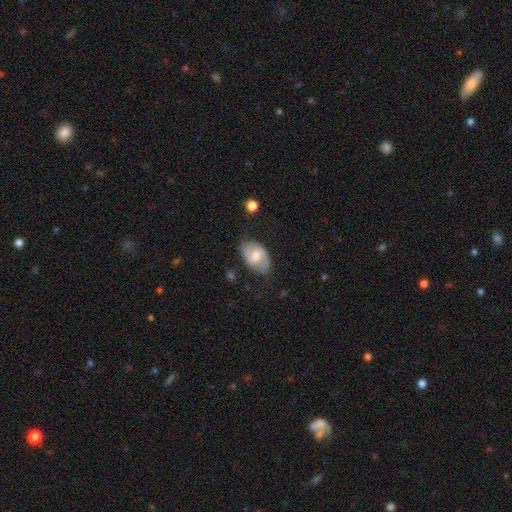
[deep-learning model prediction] Smooth or featured? Predicted: featured or disk (p=0.54). Edge-on disk? Predicted: no (p=0.96). Bar? Predicted: weak (p=0.51). Spiral arms? Predicted: yes (p=0.80). Bulge size? Predicted: moderate (p=0.63). Merging? Predicted: none (p=0.69).